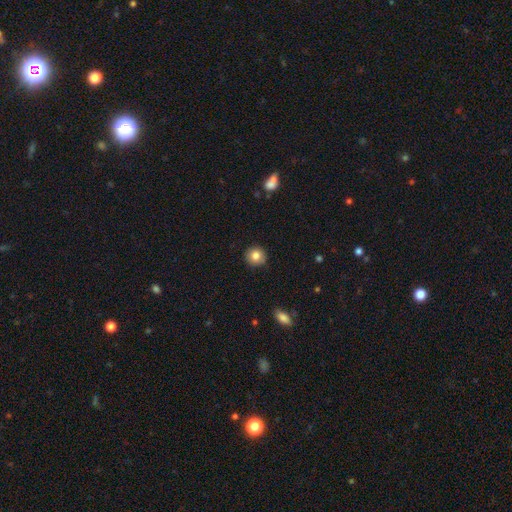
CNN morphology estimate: Smooth or featured? Predicted: smooth (p=0.83). How rounded? Predicted: round (p=0.92). Merging? Predicted: none (p=0.89).